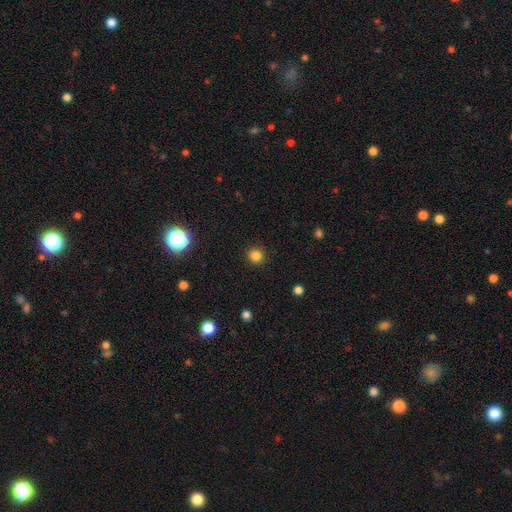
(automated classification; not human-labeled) A smooth galaxy with no disk features (83%) that is round (93%).

Vote fractions:
- Smooth or featured? smooth: 83% / star or artifact: 13% / featured or disk: 4%
- How rounded? round: 93% / in between: 6% / cigar-shaped: 1%
- Merging? none: 91% / minor disturbance: 6% / major disturbance: 2% / merger: 1%